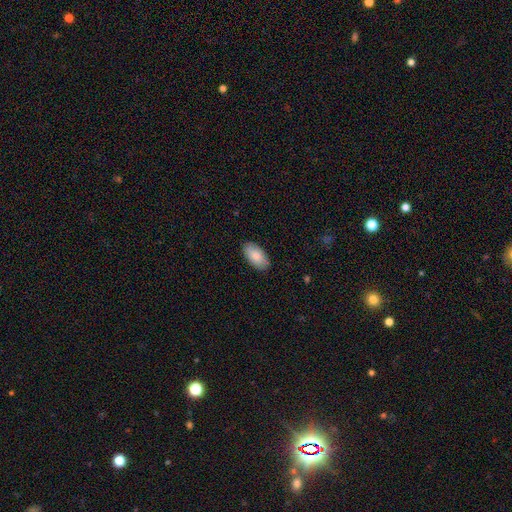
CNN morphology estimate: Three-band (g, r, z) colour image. It shows a smooth galaxy with no disk features (85%) that is in between round and cigar-shaped (95%). Merging: none (88%).